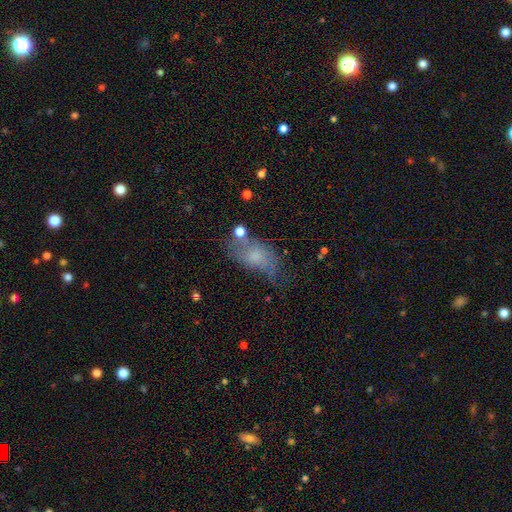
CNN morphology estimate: The model was most divided on "merging": none: 40%, minor disturbance: 31%, major disturbance: 22%, merger: 7%. More confident: how rounded — in between (86%); smooth or featured — smooth (60%).